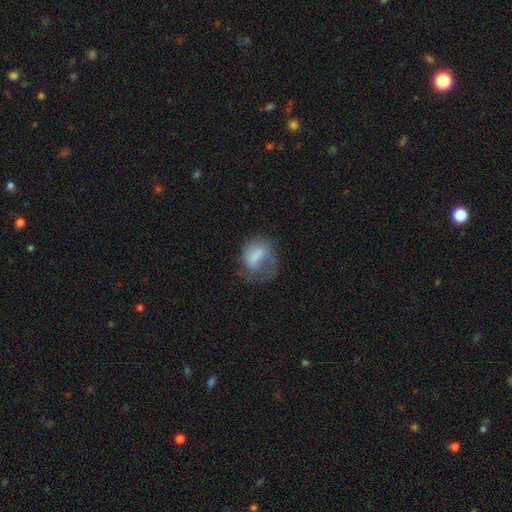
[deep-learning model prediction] Smooth or featured: smooth — 63% (featured or disk — 28%)
How rounded: in between — 63% (round — 34%)
Merging: major disturbance — 43% (none — 29%)